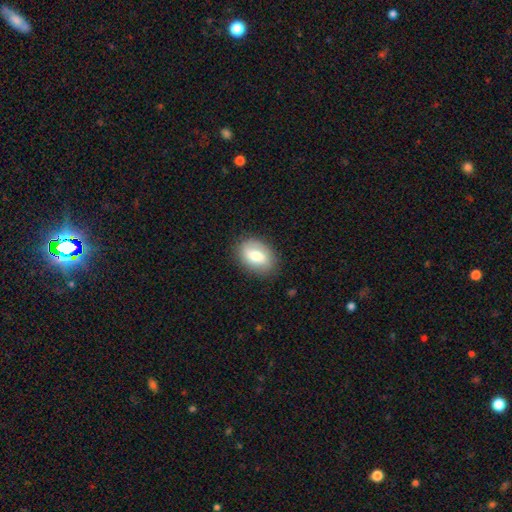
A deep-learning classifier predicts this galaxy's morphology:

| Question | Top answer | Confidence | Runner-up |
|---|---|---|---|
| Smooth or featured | smooth | 62% | featured or disk (31%) |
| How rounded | in between | 83% | round (15%) |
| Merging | none | 81% | minor disturbance (14%) |